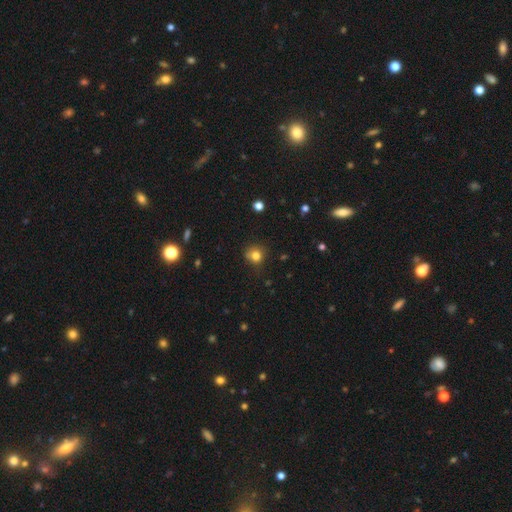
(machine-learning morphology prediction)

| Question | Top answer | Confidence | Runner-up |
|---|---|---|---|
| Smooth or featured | smooth | 79% | star or artifact (14%) |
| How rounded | round | 87% | in between (12%) |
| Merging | none | 73% | minor disturbance (18%) |